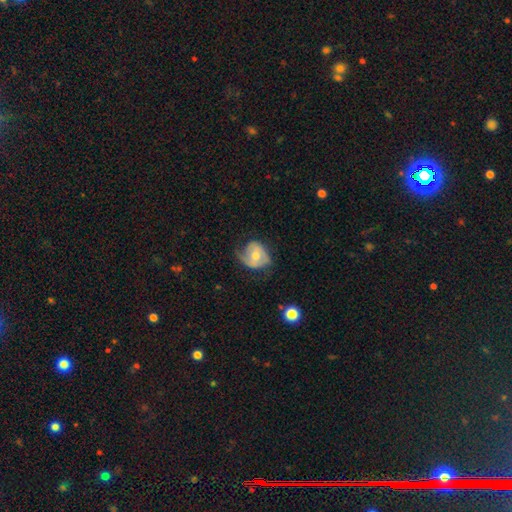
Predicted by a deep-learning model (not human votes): smooth_or_featured: featured or disk (p=0.56) [alt: smooth p=0.38]
disk_edge_on: no (p=0.97) [alt: yes p=0.03]
bar: no (p=0.64) [alt: weak p=0.29]
has_spiral_arms: yes (p=0.74) [alt: no p=0.26]
bulge_size: moderate (p=0.60) [alt: small p=0.33]
merging: none (p=0.44) [alt: minor disturbance p=0.32]